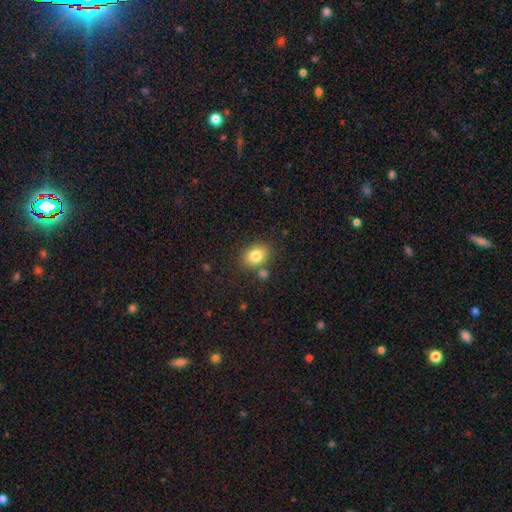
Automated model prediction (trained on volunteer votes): This is clearly a smooth galaxy (81%). How rounded: likely in between (60%). Merging: likely none (74%).